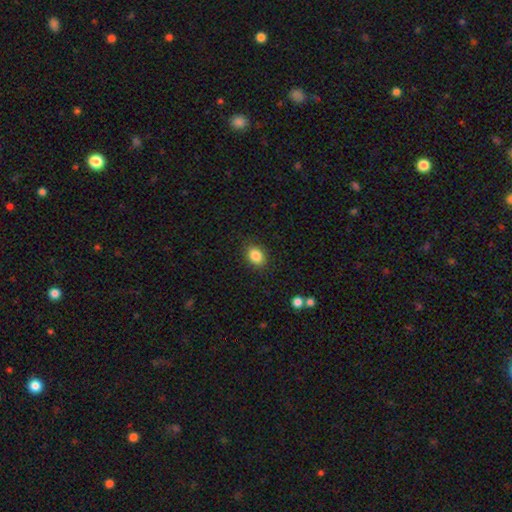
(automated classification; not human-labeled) Overall: smooth (86%). How rounded: in between (63%; round 36%). Merging: none (87%).